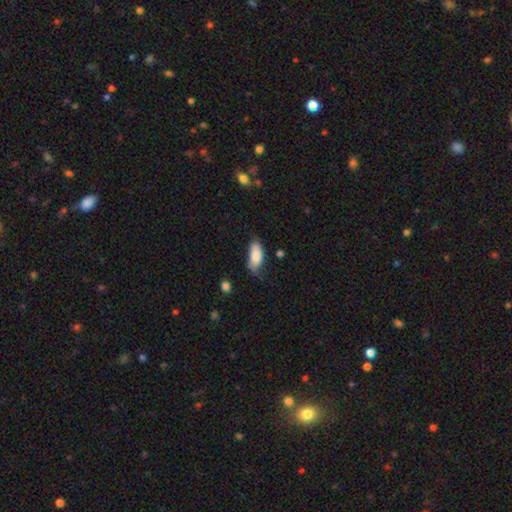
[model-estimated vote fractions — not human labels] The model was most divided on "merging": none: 52%, minor disturbance: 35%, major disturbance: 10%, merger: 3%. More confident: how rounded — in between (86%); smooth or featured — smooth (82%).